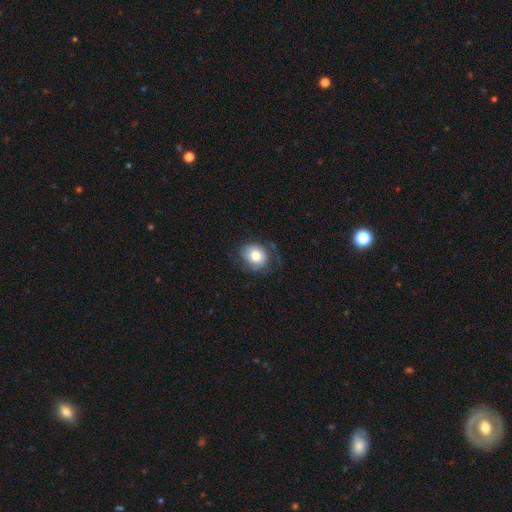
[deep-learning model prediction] smooth 64%, featured or disk 28%, star or artifact 8%. Down the decision tree: how rounded — round (64%); merging — none (57%).